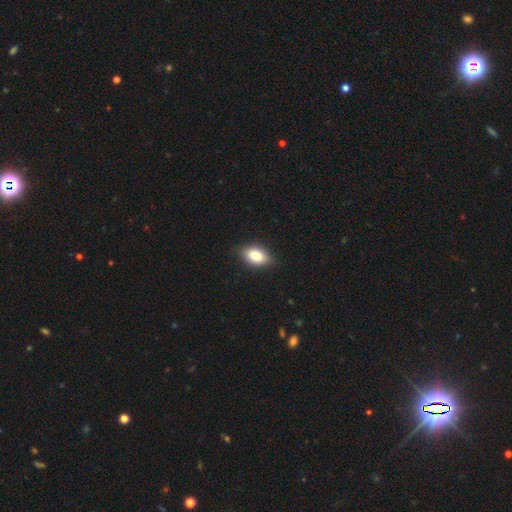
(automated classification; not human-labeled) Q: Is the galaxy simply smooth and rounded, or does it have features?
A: smooth — 82%.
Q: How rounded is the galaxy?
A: in between — 88%.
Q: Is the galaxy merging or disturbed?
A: none — 82%.